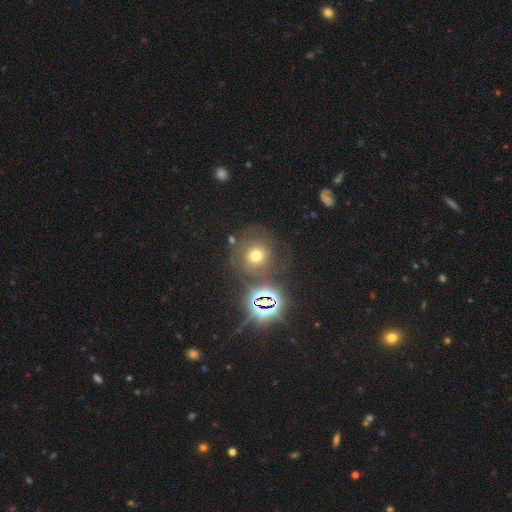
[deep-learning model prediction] Overall: smooth (51%; star or artifact 28%). How rounded: round (87%). Merging: none (67%).